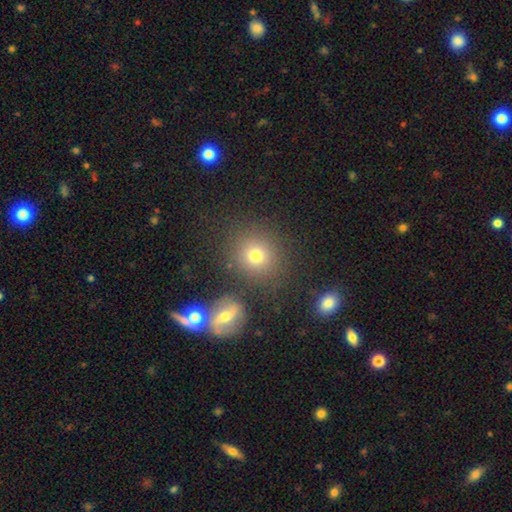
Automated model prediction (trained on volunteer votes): smooth_or_featured: smooth (p=0.73) [alt: star or artifact p=0.15]
how_rounded: round (p=0.84) [alt: in between p=0.15]
merging: none (p=0.77) [alt: merger p=0.10]